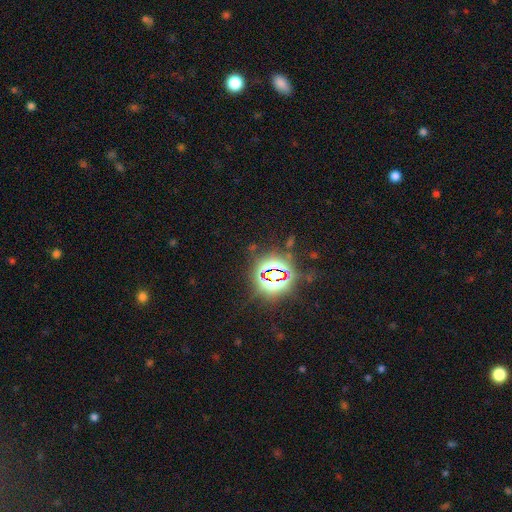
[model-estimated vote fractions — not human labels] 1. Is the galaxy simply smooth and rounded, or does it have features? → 81% star or artifact, 11% smooth, 7% featured or disk.